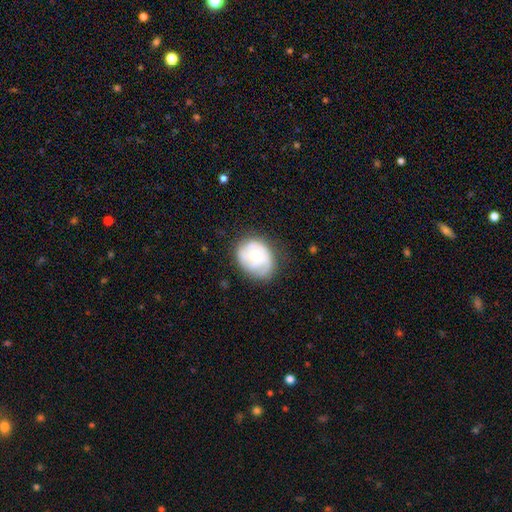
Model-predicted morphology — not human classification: This appears to be a featured or disk galaxy (58%) with no bar (81%), spiral arms (69%) and a moderate central bulge (64%). Merging: none (62%).